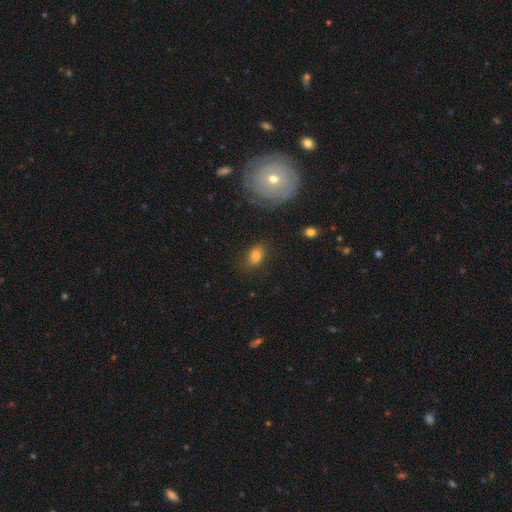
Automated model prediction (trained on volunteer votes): Overall: smooth (79%). How rounded: in between (82%). Merging: none (76%).